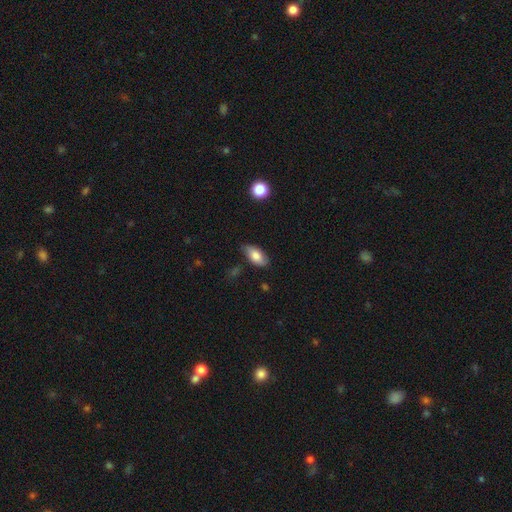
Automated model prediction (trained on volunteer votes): Smooth or featured? smooth (80%)
How rounded? in between (91%)
Merging? none (75%)